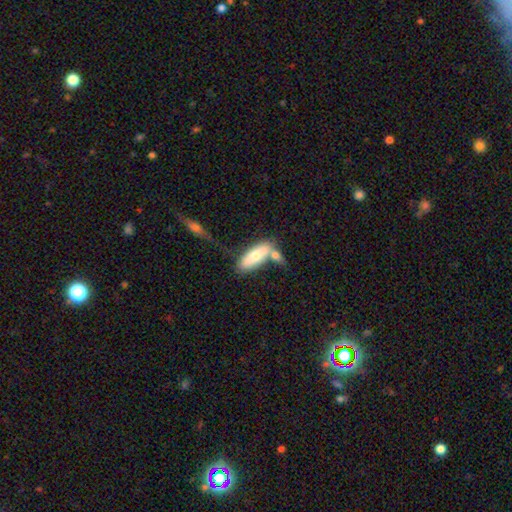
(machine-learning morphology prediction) Overall: smooth (70%). How rounded: in between (68%; cigar-shaped 30%). Merging: none (40%; merger 36%).